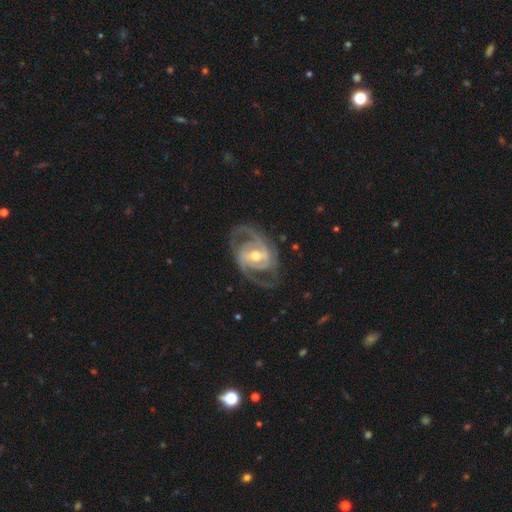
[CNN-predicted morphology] type=featured or disk (91%); edge-on=no (97%); bar=weak (43%); spiral arms=yes (97%); winding=medium (47%); arm count=2 (66%); bulge=moderate (73%); merging=none (73%).